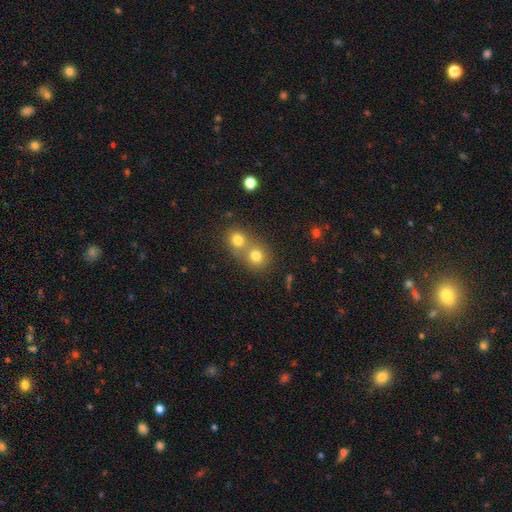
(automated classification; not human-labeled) This appears to be a smooth galaxy with no disk features (77%) that is round (83%). Merging: merger (49%).